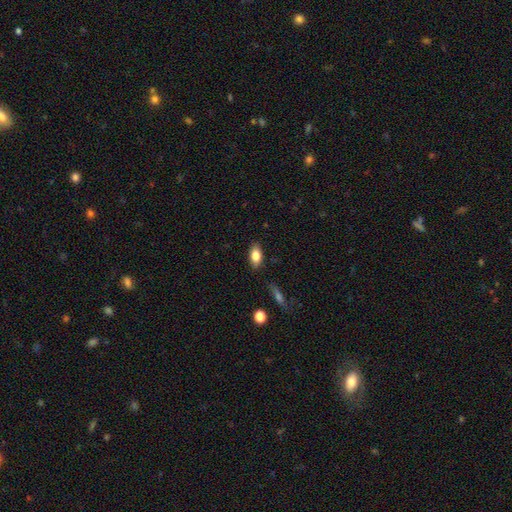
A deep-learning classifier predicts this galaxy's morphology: Overall: smooth (82%). How rounded: in between (88%). Merging: none (85%).